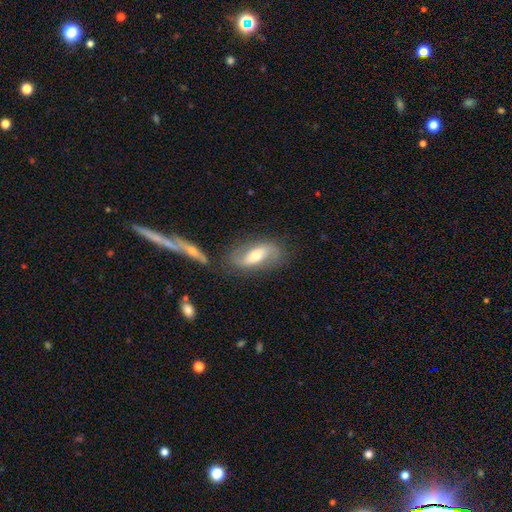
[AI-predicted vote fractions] This appears to be a featured or disk galaxy (61%) with no bar (39%), spiral arms (79%) and a moderate central bulge (67%). Merging: none (68%).